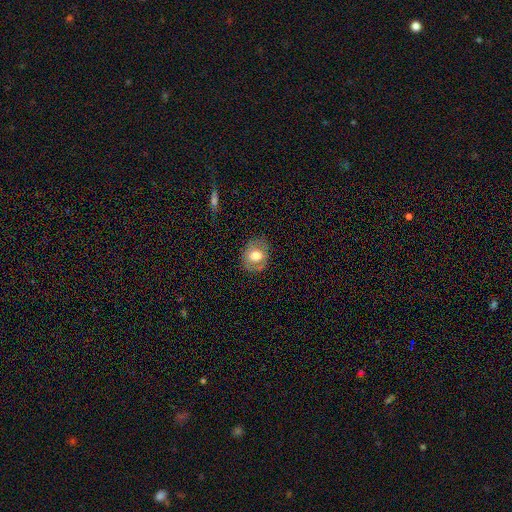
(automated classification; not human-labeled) Smooth or featured? Predicted: smooth (p=0.60). How rounded? Predicted: round (p=0.56). Merging? Predicted: none (p=0.77).